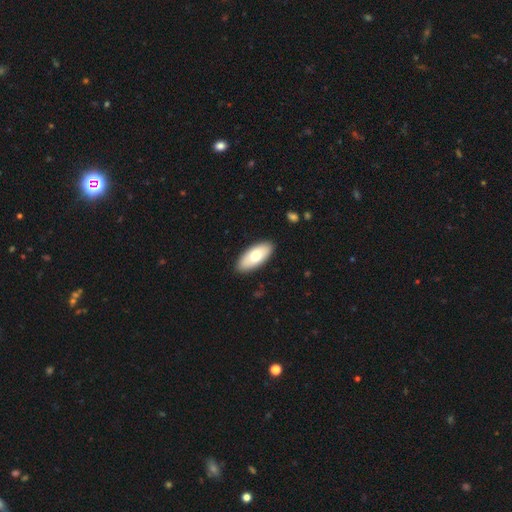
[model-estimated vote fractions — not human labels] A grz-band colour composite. It shows a smooth galaxy with no disk features (69%) that is in between round and cigar-shaped (89%). Merging: none (90%).